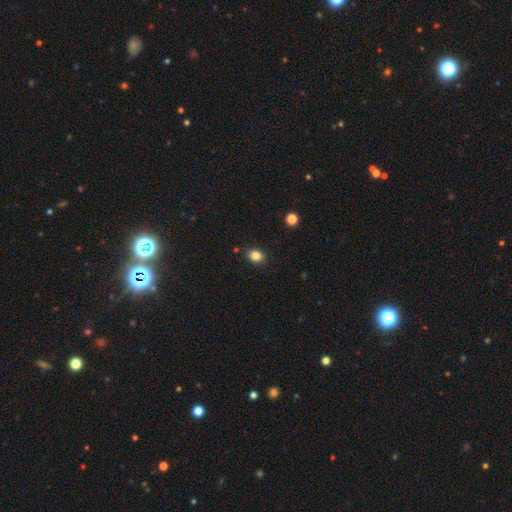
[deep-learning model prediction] This is clearly a smooth galaxy (84%). How rounded: possibly in between (57%). Merging: clearly none (86%).